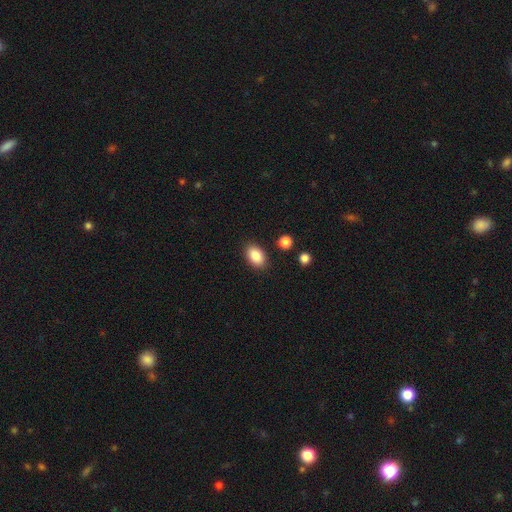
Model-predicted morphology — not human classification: This appears to be a smooth galaxy with no disk features (88%) that is in between round and cigar-shaped (88%). Merging: none (87%).